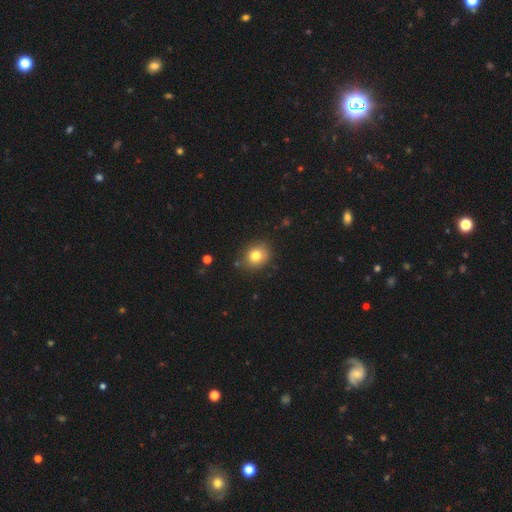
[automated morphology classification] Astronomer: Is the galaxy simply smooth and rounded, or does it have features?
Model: smooth — 79%.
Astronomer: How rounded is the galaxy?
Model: round — 67%.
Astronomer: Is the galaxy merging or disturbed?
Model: none — 82%.